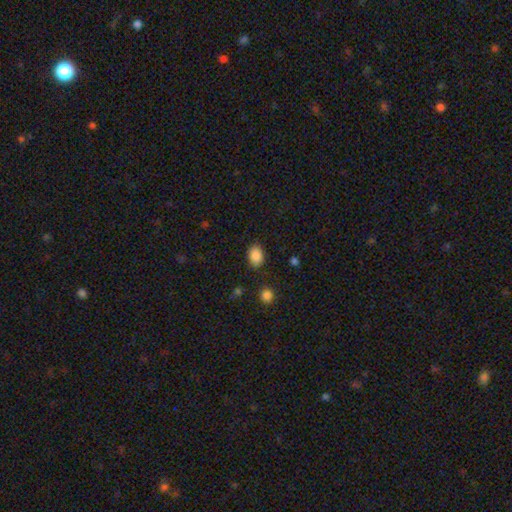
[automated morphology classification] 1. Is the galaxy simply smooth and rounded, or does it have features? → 88% smooth, 9% star or artifact, 4% featured or disk.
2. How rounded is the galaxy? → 76% in between, 23% round, 1% cigar-shaped.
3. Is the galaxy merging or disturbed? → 84% none, 11% minor disturbance, 3% major disturbance, 2% merger.